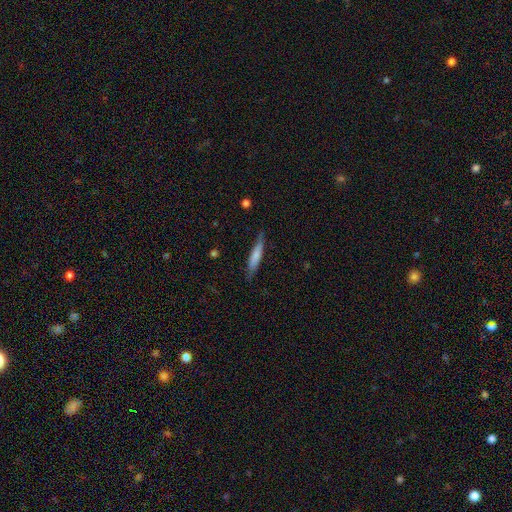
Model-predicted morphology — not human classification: smooth_or_featured: smooth (p=0.68) [alt: featured or disk p=0.27]
how_rounded: cigar-shaped (p=0.85) [alt: in between p=0.13]
merging: none (p=0.76) [alt: minor disturbance p=0.19]